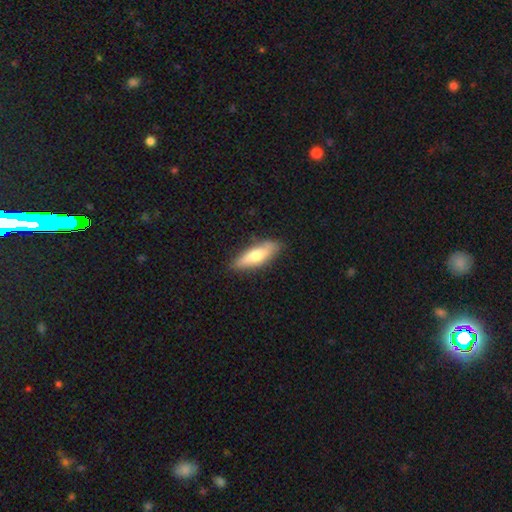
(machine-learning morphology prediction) type=smooth (69%); roundness=in between (49%, tied with cigar-shaped); merging=none (82%).